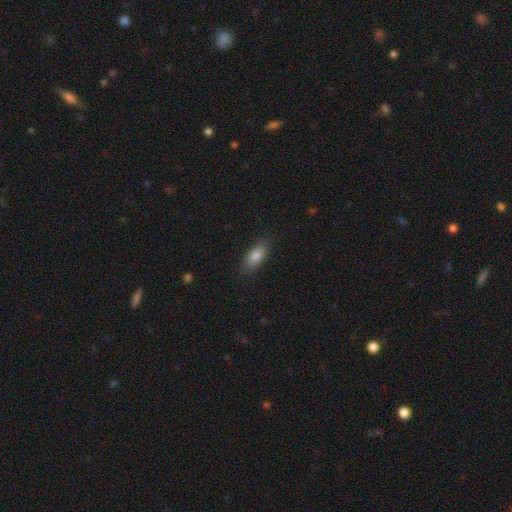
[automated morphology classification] Smooth or featured: smooth — 83% (featured or disk — 9%)
How rounded: in between — 83% (cigar-shaped — 14%)
Merging: none — 85% (minor disturbance — 11%)